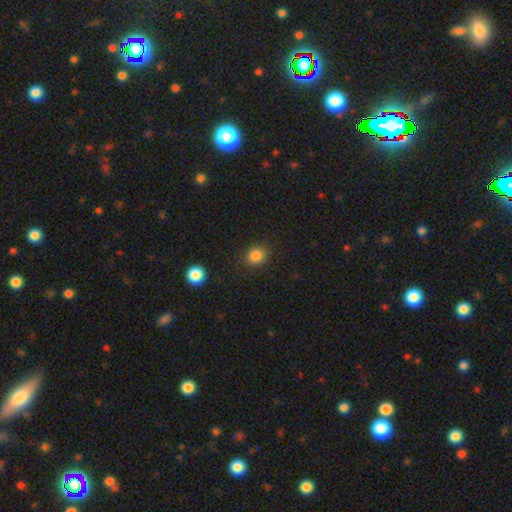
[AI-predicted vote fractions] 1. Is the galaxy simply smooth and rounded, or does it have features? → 85% smooth, 11% star or artifact, 5% featured or disk.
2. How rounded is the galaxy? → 66% round, 33% in between, 1% cigar-shaped.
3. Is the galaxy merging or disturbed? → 83% none, 11% minor disturbance, 4% major disturbance, 2% merger.